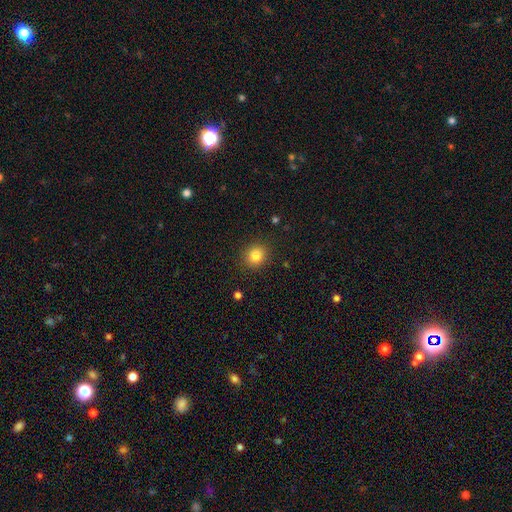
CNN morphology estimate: Overall: smooth (83%). How rounded: round (85%). Merging: none (90%).